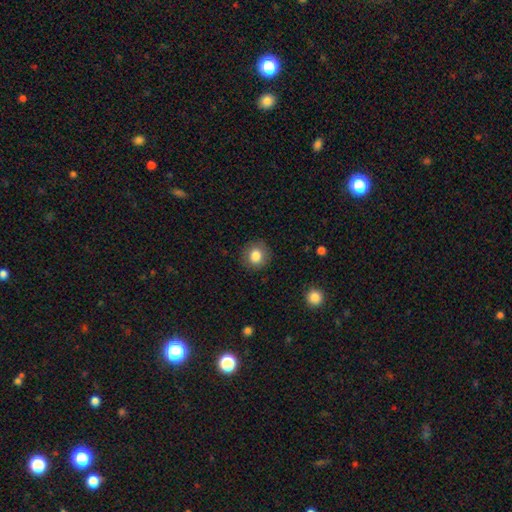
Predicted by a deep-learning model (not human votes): Smooth or featured? smooth (83%)
How rounded? round (87%)
Merging? none (87%)